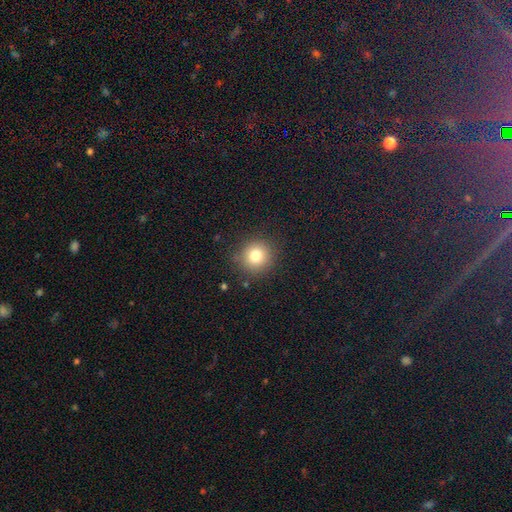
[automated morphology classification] This appears to be a smooth galaxy with no disk features (79%) that is round (92%). Merging: none (87%).